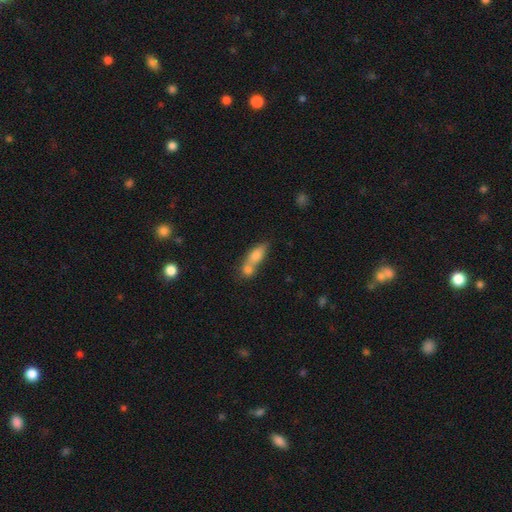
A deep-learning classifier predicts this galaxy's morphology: Smooth or featured: smooth — 71% (featured or disk — 19%)
How rounded: in between — 64% (cigar-shaped — 26%)
Merging: merger — 62% (none — 25%)